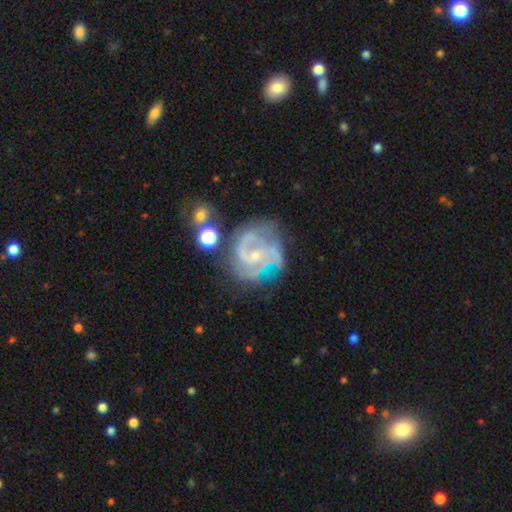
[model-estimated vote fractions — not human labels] smooth-or-featured: featured or disk: 86% | star or artifact: 7% | smooth: 7%
  disk-edge-on: no: 98% | yes: 2%
    bar: no: 57% | weak: 35% | strong: 8%
    has-spiral-arms: yes: 95% | no: 5%
      spiral-winding: medium: 45% | tight: 44% | loose: 11%
      spiral-arm-count: 3: 31% | 2: 30% | can't tell: 20% | 4: 8% | 1: 5% | more than 4: 5%
    bulge-size: small: 73% | moderate: 20% | none: 5% | large: 1% | dominant: 1%
  merging: none: 59% | minor disturbance: 22% | major disturbance: 14% | merger: 6%